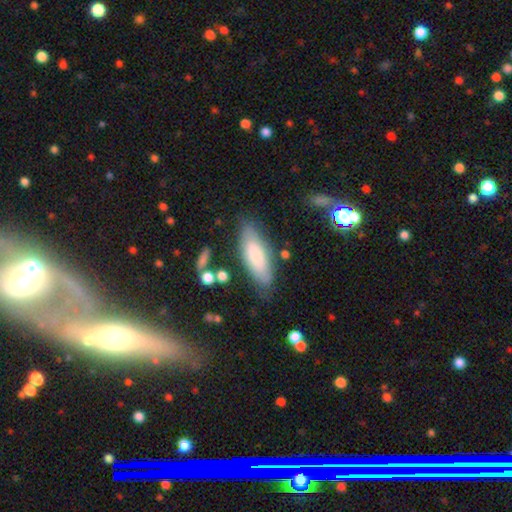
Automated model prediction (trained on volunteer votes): smooth 76%, featured or disk 17%, star or artifact 6%. Down the decision tree: how rounded — in between (67%); merging — none (74%).